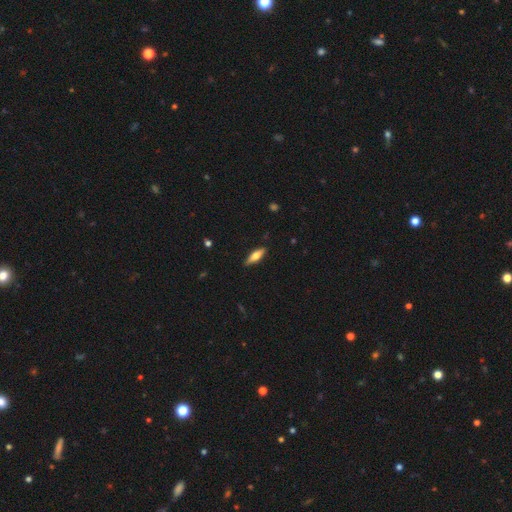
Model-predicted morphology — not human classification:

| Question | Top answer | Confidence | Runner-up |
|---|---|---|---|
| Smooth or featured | smooth | 61% | featured or disk (33%) |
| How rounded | cigar-shaped | 55% | in between (43%) |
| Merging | none | 88% | minor disturbance (9%) |